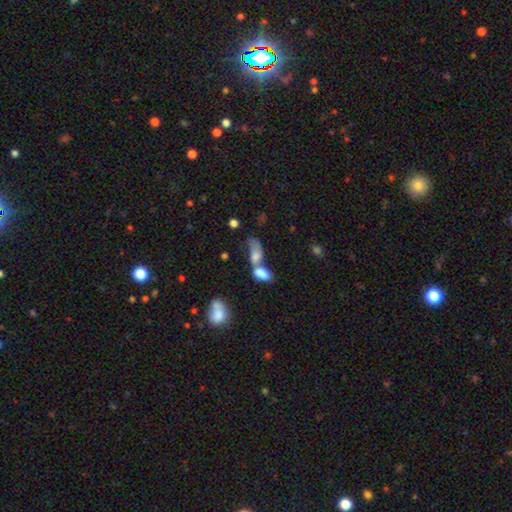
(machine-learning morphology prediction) A smooth galaxy with no disk features (71%) that is in between round and cigar-shaped (85%).

Vote fractions:
- Smooth or featured? smooth: 71% / featured or disk: 18% / star or artifact: 10%
- How rounded? in between: 85% / cigar-shaped: 8% / round: 7%
- Merging? merger: 67% / none: 13% / major disturbance: 11% / minor disturbance: 8%